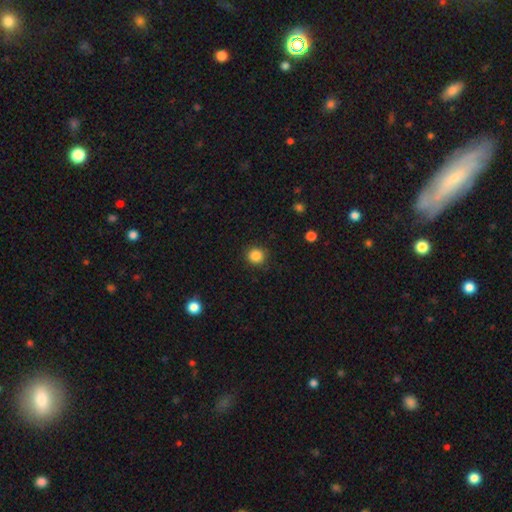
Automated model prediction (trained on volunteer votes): smooth 86%, star or artifact 10%, featured or disk 3%. Down the decision tree: how rounded — round (89%); merging — none (89%).